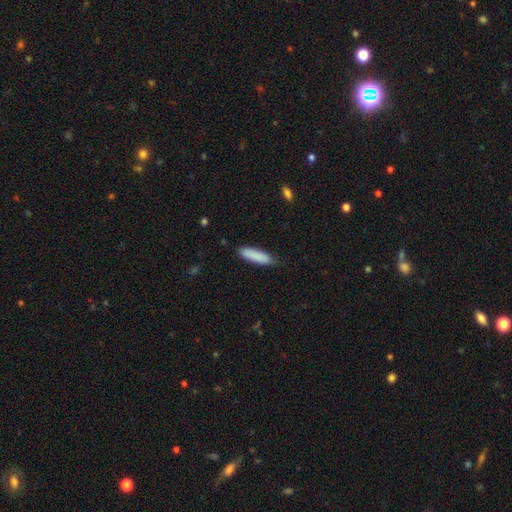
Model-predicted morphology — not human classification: A smooth galaxy with no disk features (88%) that is cigar-shaped (66%). Merging: none (78%).